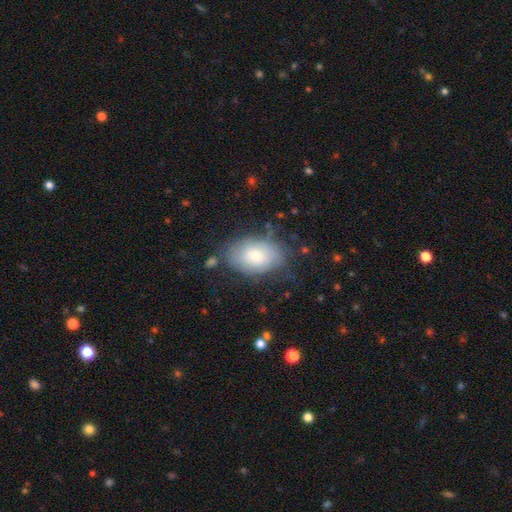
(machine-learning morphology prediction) The model was most divided on "smooth or featured": smooth: 65%, featured or disk: 28%, star or artifact: 7%. More confident: how rounded — in between (88%); merging — none (66%).